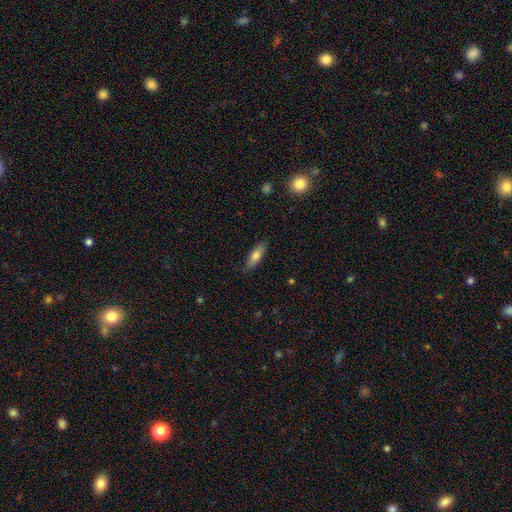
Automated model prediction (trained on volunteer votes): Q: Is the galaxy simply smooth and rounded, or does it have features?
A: smooth — 75%.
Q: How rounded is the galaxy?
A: in between — 57%.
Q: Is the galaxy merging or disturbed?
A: none — 83%.